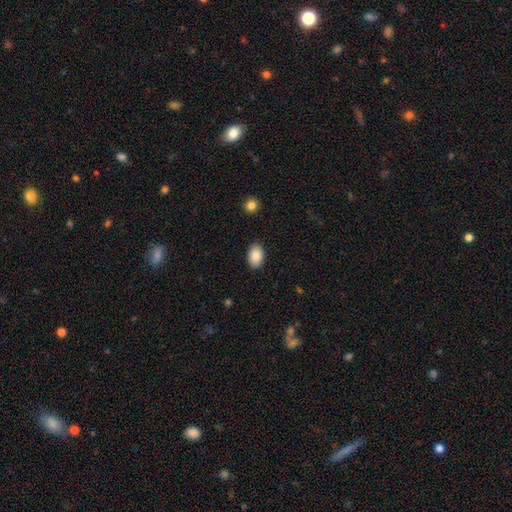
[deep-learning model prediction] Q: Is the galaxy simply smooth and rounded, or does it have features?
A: smooth — 86%.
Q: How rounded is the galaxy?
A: in between — 88%.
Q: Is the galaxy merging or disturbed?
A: none — 89%.